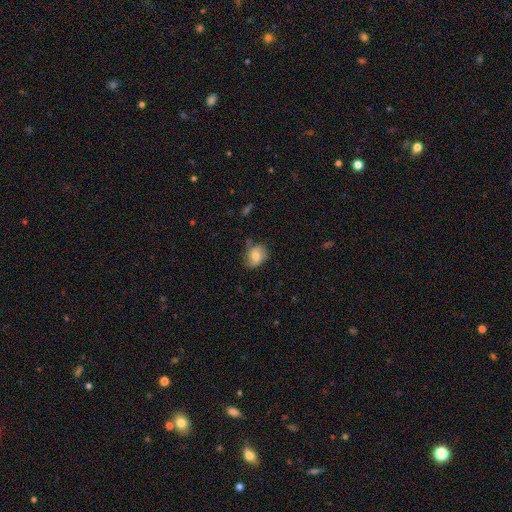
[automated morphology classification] Overall: smooth (65%; featured or disk 26%). How rounded: round (50%; in between 48%). Merging: none (60%; minor disturbance 29%).